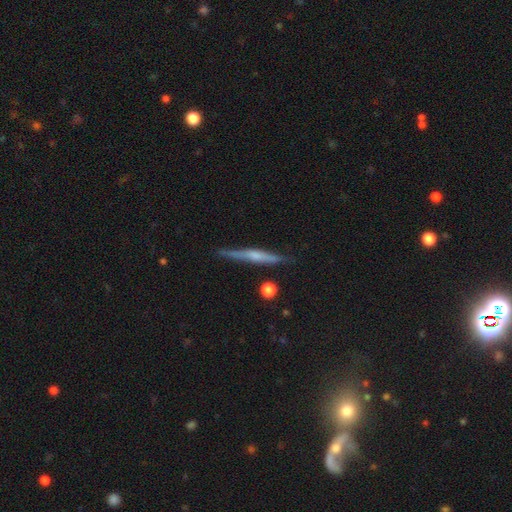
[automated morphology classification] A featured or disk galaxy (68%) viewed edge-on (97%) with a rounded central bulge (59%).

Vote fractions:
- Smooth or featured? featured or disk: 68% / smooth: 26% / star or artifact: 7%
- Edge-on disk? yes: 97% / no: 3%
- Edge-on bulge? rounded: 59% / none: 27% / boxy: 14%
- Merging? none: 86% / minor disturbance: 10% / major disturbance: 2% / merger: 2%